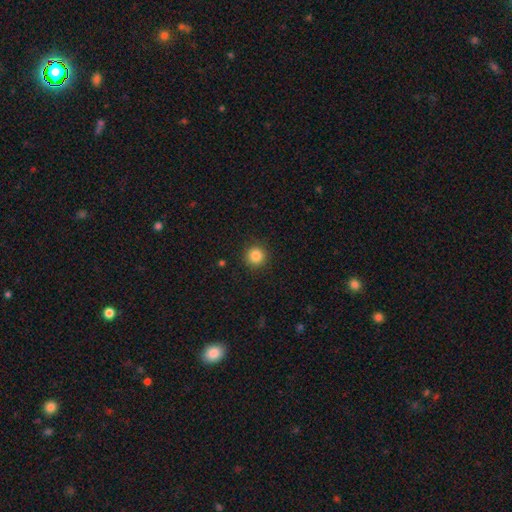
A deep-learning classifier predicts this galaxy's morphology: The model was most divided on "smooth or featured": smooth: 86%, star or artifact: 11%, featured or disk: 4%. More confident: how rounded — round (95%); merging — none (92%).